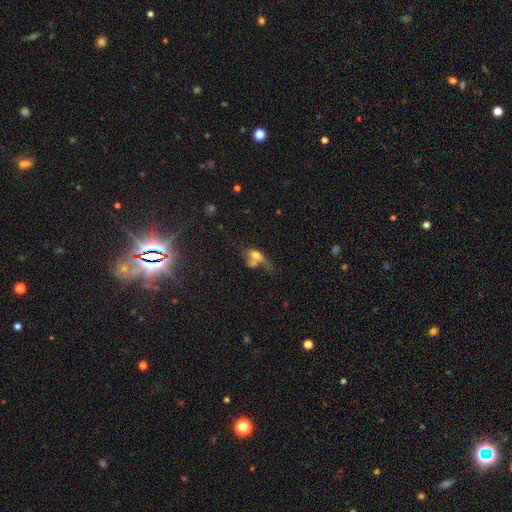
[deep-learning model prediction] Q: Smooth or featured?
A: smooth (58%); runner-up: featured or disk (29%)
Q: How rounded?
A: in between (70%); runner-up: cigar-shaped (17%)
Q: Merging?
A: merger (45%); runner-up: none (21%)